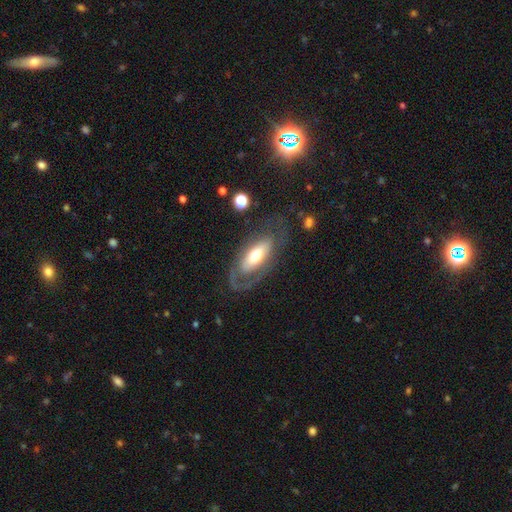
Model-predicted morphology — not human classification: A featured or disk galaxy (60%).

Vote fractions:
- Smooth or featured? featured or disk: 60% / smooth: 34% / star or artifact: 6%
- Edge-on disk? no: 82% / yes: 18%
- Merging? none: 61% / major disturbance: 19% / minor disturbance: 18% / merger: 2%